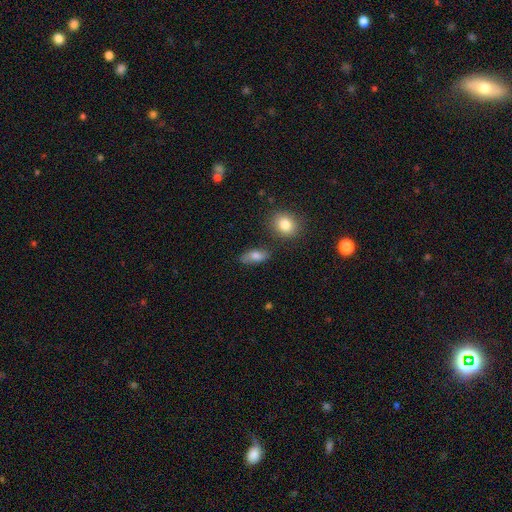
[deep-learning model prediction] smooth-or-featured: smooth: 77% | featured or disk: 14% | star or artifact: 9%
  how-rounded: in between: 84% | cigar-shaped: 9% | round: 7%
  merging: none: 74% | minor disturbance: 16% | merger: 5% | major disturbance: 4%